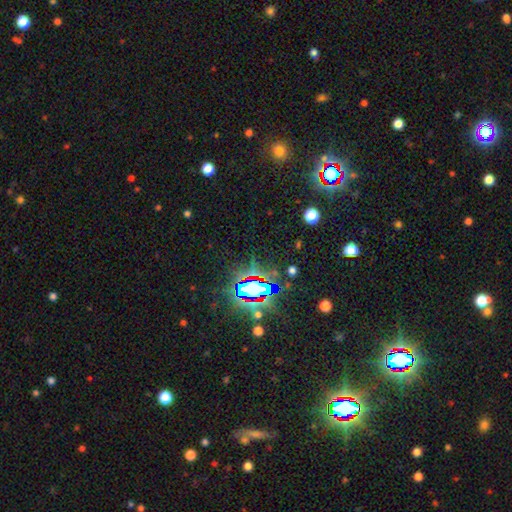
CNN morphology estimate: Overall: star or artifact (82%).